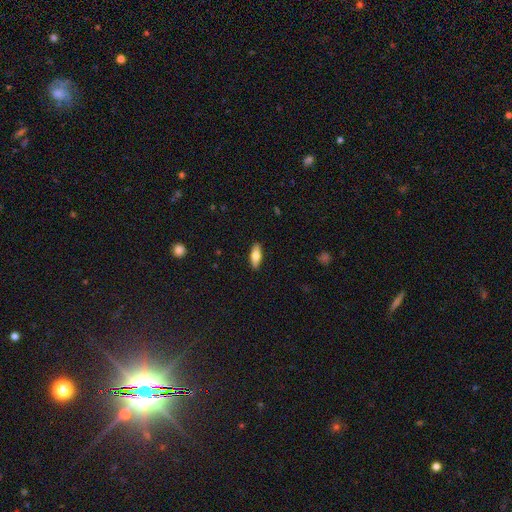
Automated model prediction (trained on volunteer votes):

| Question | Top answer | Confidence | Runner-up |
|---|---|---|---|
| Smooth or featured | smooth | 67% | featured or disk (27%) |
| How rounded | in between | 68% | cigar-shaped (30%) |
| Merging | none | 90% | minor disturbance (8%) |